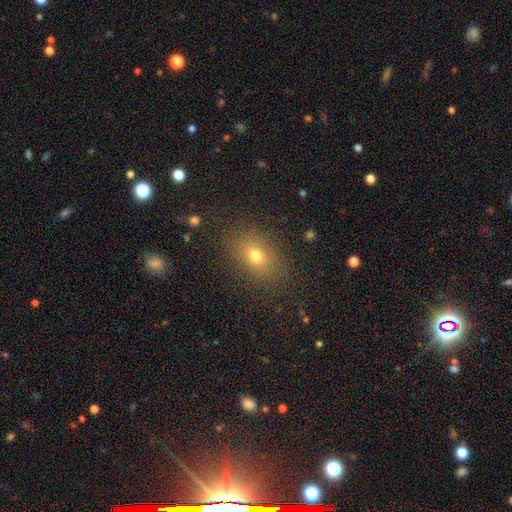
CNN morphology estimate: This appears to be a smooth galaxy with no disk features (73%) that is in between round and cigar-shaped (72%). Merging: none (85%).